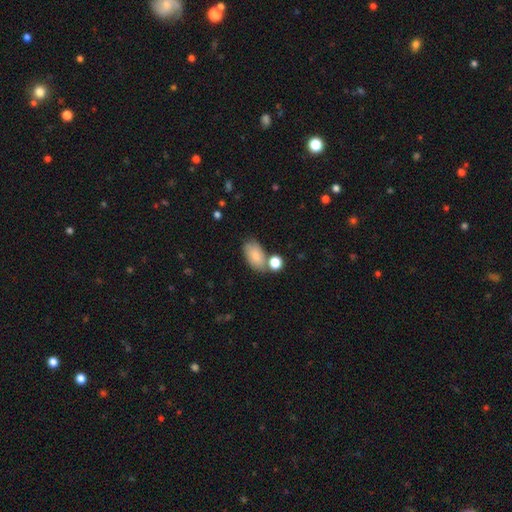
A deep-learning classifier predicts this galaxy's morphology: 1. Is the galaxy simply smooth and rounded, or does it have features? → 82% smooth, 11% featured or disk, 7% star or artifact.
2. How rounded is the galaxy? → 92% in between, 6% round, 2% cigar-shaped.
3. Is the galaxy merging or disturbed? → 59% none, 19% merger, 17% minor disturbance, 5% major disturbance.